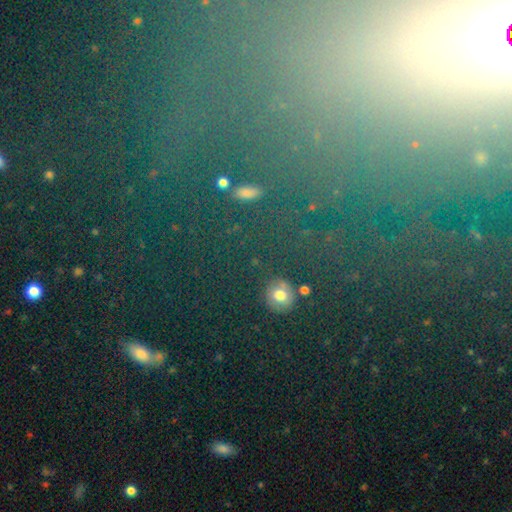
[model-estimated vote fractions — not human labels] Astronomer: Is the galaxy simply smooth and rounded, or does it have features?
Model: star or artifact — 60%.